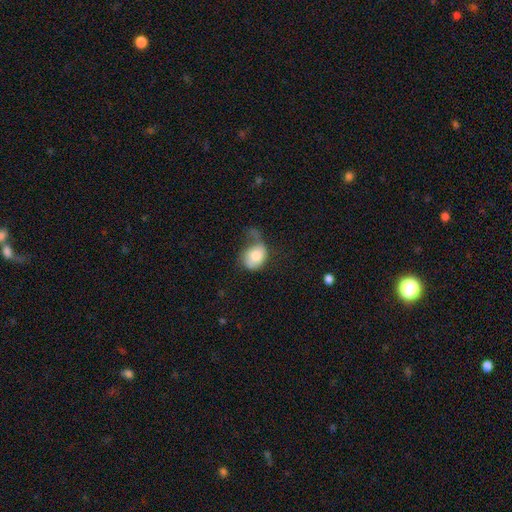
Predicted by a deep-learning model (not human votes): A smooth galaxy with no disk features (72%) that is in between round and cigar-shaped (56%). Merging: major disturbance (41%).